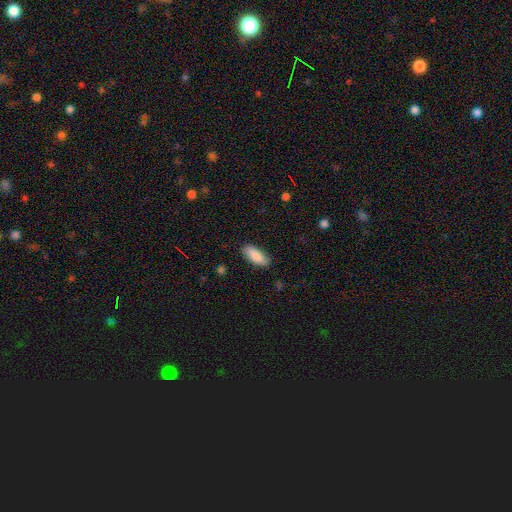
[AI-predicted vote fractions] The model was most divided on "how rounded": in between: 79%, cigar-shaped: 19%, round: 2%. More confident: smooth or featured — smooth (87%); merging — none (86%).